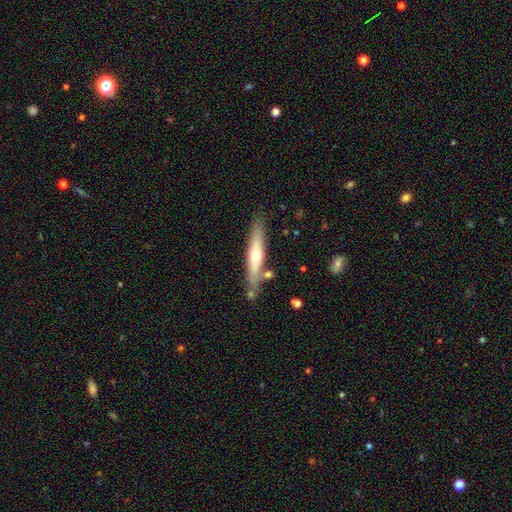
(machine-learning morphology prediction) Smooth or featured? featured or disk (54%)
Edge-on disk? yes (88%)
Merging? none (80%)